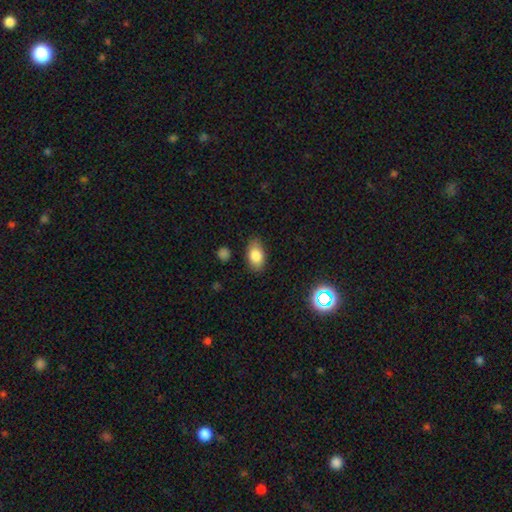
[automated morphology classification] type=smooth (83%); roundness=in between (89%); merging=none (82%).